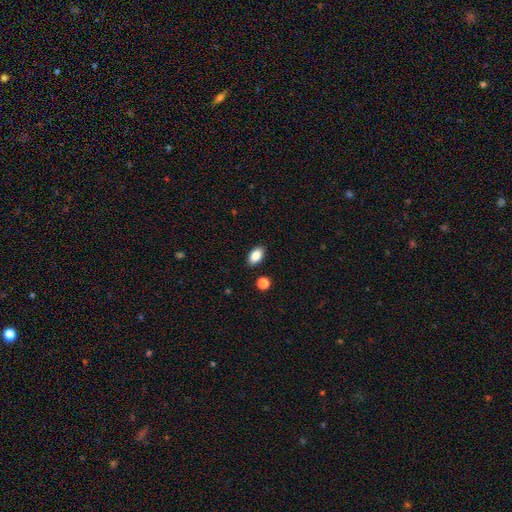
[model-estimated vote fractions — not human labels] Overall: smooth (87%). How rounded: in between (91%). Merging: none (87%).